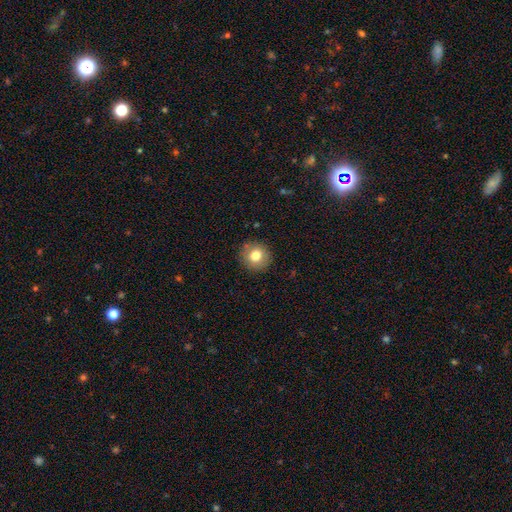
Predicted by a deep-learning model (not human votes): The model was most divided on "smooth or featured": smooth: 79%, featured or disk: 11%, star or artifact: 10%. More confident: how rounded — round (92%); merging — none (90%).